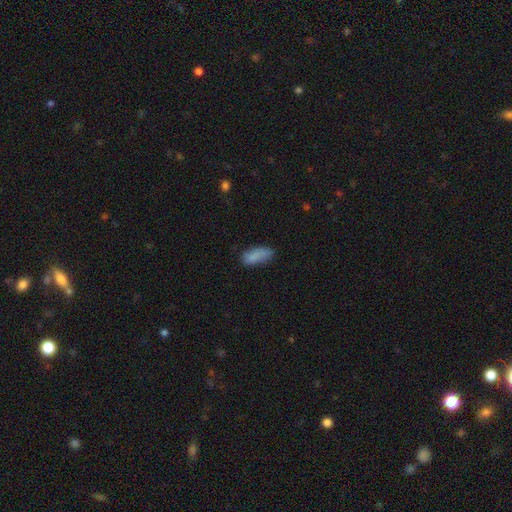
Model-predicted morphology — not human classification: This is clearly a smooth galaxy (84%). How rounded: likely in between (79%). Merging: likely none (64%).